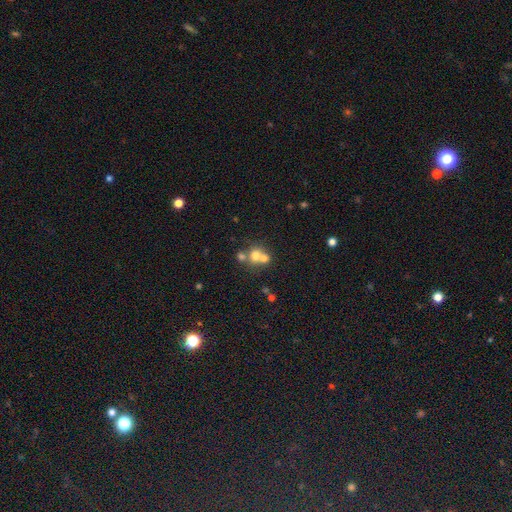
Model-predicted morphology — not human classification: Smooth or featured? smooth (64%)
How rounded? round (80%)
Merging? merger (55%)